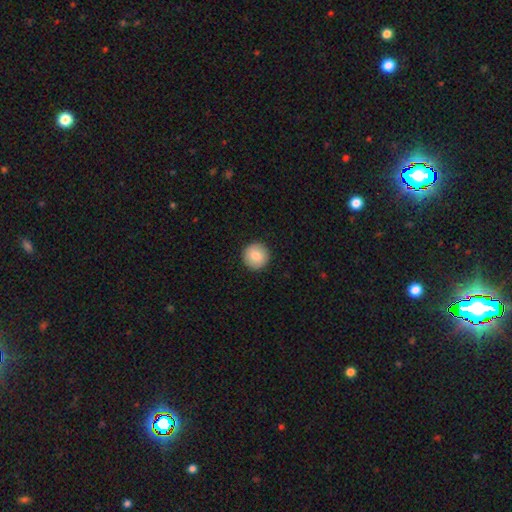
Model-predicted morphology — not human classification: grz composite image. It shows a smooth galaxy with no disk features (84%) that is round (96%). Merging: none (93%).